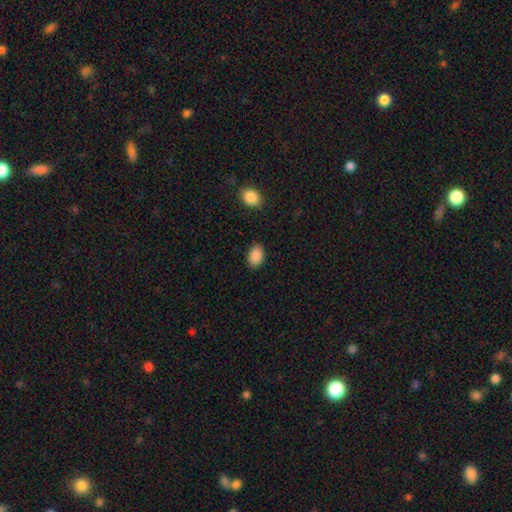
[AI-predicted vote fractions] Smooth or featured? smooth (89%)
How rounded? in between (88%)
Merging? none (87%)